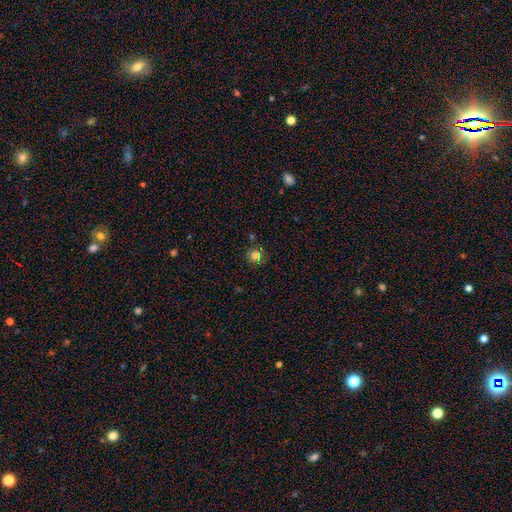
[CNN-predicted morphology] smooth 78%, star or artifact 15%, featured or disk 6%. Down the decision tree: how rounded — round (88%); merging — none (78%).